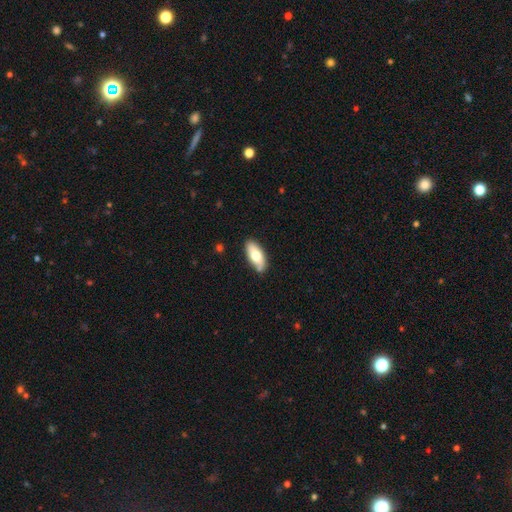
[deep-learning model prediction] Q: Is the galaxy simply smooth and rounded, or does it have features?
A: smooth — 70%.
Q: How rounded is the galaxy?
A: in between — 86%.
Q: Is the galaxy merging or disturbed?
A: none — 81%.